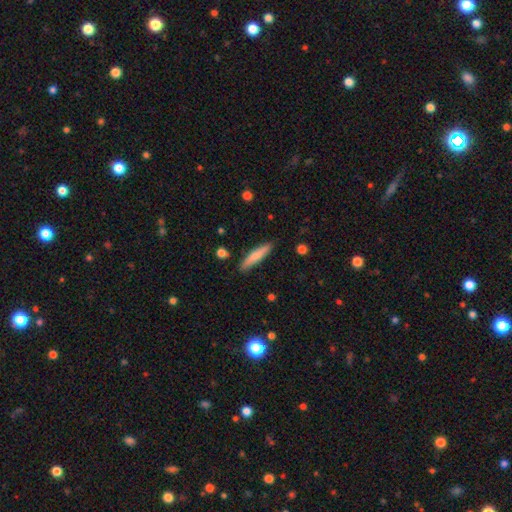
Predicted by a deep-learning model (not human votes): Overall: smooth (69%). How rounded: cigar-shaped (86%). Merging: none (87%).